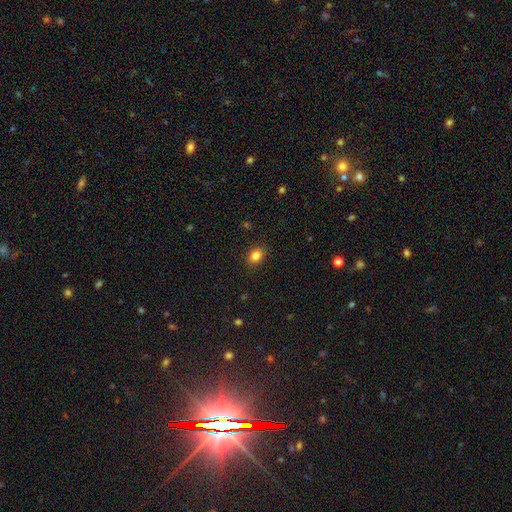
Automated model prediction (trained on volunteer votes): A smooth galaxy with no disk features (84%) that is in between round and cigar-shaped (66%). Merging: none (88%).